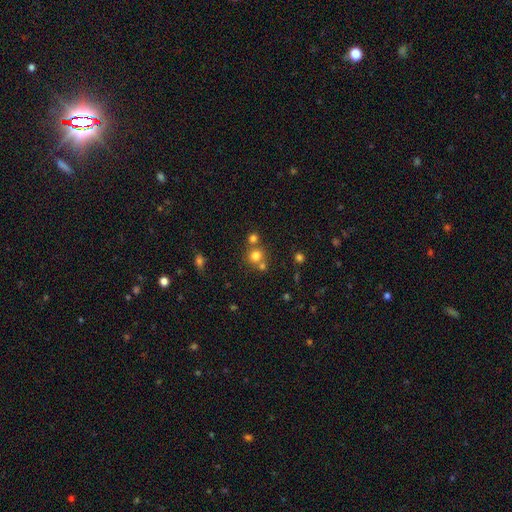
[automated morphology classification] smooth-or-featured: smooth: 74% | star or artifact: 17% | featured or disk: 9%
  how-rounded: round: 89% | in between: 10% | cigar-shaped: 1%
  merging: none: 60% | merger: 30% | minor disturbance: 7% | major disturbance: 3%